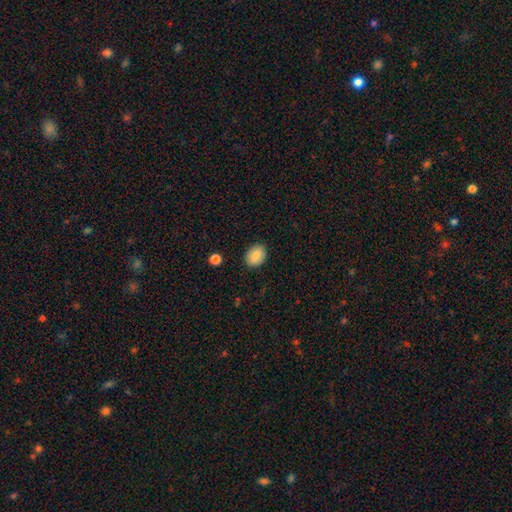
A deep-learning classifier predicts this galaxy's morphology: Smooth or featured: smooth — 82% (featured or disk — 10%)
How rounded: in between — 69% (round — 30%)
Merging: none — 87% (minor disturbance — 9%)